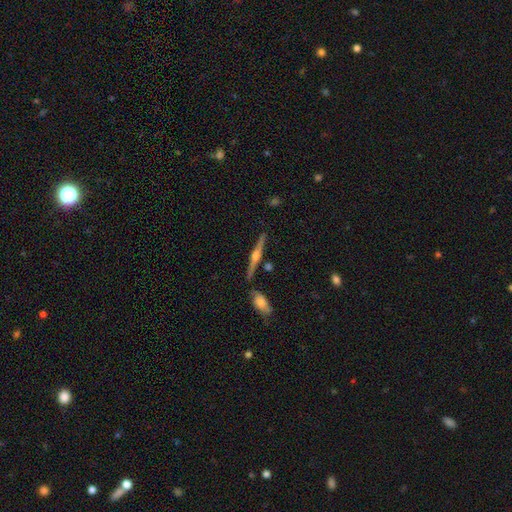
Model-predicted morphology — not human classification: featured or disk 82%, smooth 13%, star or artifact 6%. Down the decision tree: edge-on disk — yes (98%); edge-on bulge — rounded (92%); merging — none (86%).